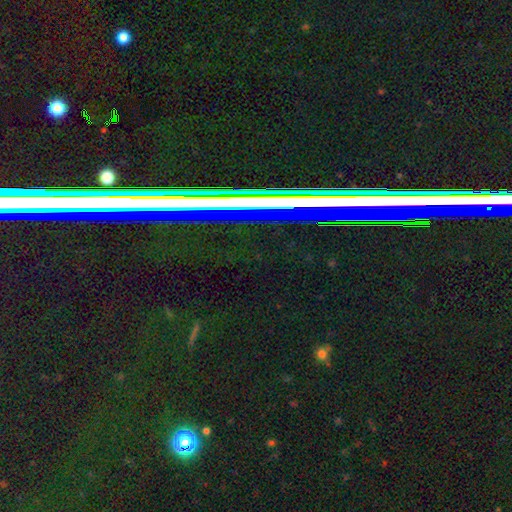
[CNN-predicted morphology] smooth_or_featured: star or artifact (p=0.72) [alt: featured or disk p=0.16]